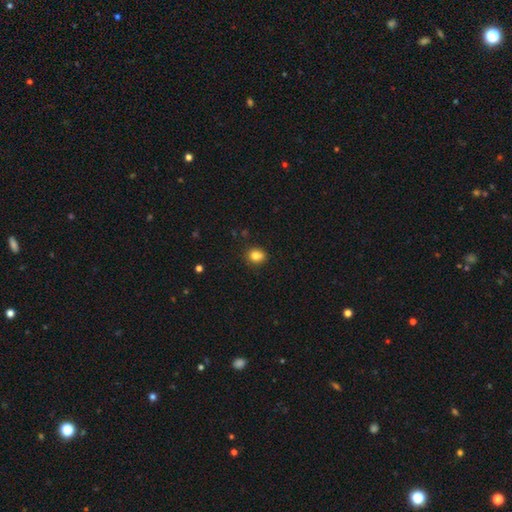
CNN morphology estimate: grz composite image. It shows a smooth galaxy with no disk features (82%) that is round (66%). Merging: none (80%).